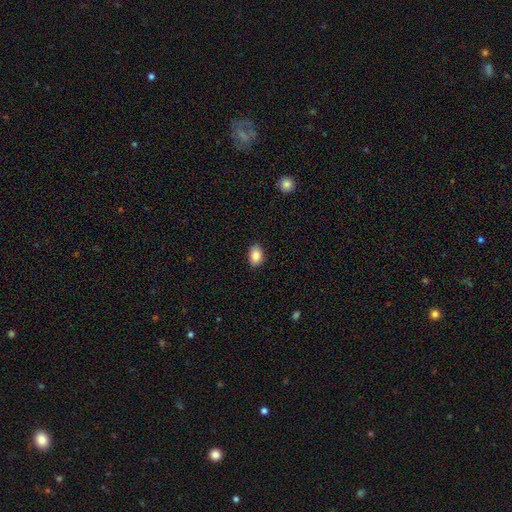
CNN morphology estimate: The model was most divided on "how rounded": in between: 82%, round: 17%, cigar-shaped: 1%. More confident: merging — none (88%); smooth or featured — smooth (88%).